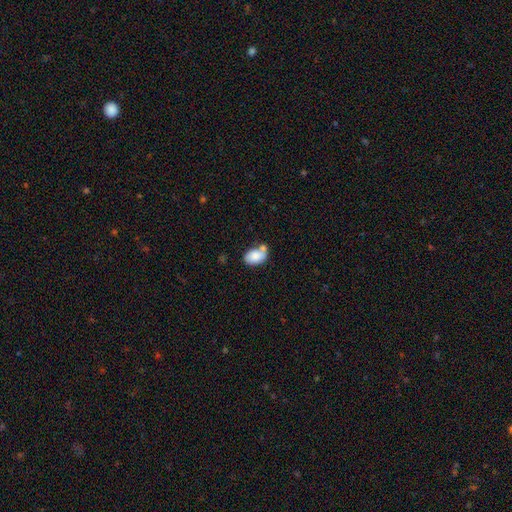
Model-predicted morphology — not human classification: A smooth galaxy with no disk features (80%) that is in between round and cigar-shaped (86%). Merging: none (41%).